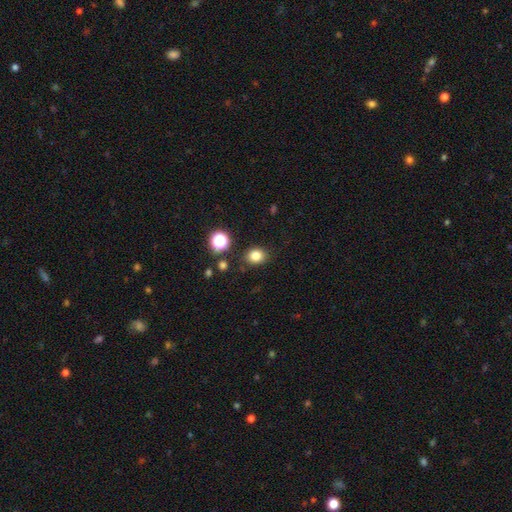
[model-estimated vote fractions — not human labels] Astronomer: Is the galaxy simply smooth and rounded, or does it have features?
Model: smooth — 80%.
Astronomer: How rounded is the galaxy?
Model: round — 63%.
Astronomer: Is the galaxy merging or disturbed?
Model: none — 83%.